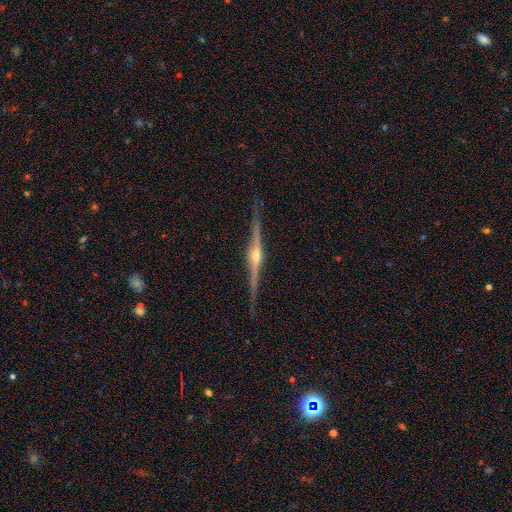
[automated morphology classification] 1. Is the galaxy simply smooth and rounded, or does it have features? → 88% featured or disk, 7% smooth, 5% star or artifact.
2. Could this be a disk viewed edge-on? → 98% yes, 2% no.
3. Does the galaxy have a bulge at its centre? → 92% rounded, 5% boxy, 3% none.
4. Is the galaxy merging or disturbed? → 90% none, 8% minor disturbance, 2% major disturbance, 1% merger.